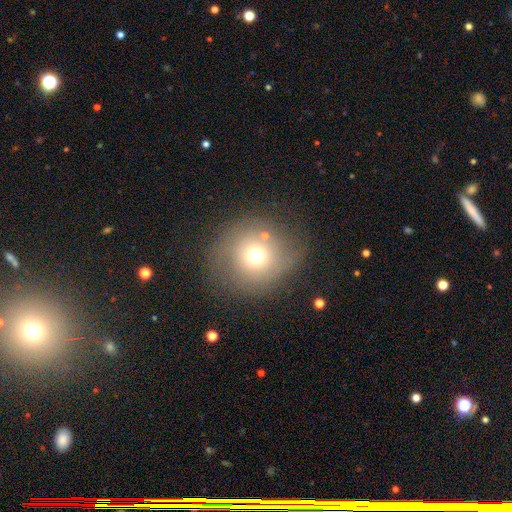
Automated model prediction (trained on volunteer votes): smooth_or_featured: smooth (p=0.66) [alt: featured or disk p=0.18]
how_rounded: round (p=0.91) [alt: in between p=0.08]
merging: none (p=0.74) [alt: minor disturbance p=0.15]